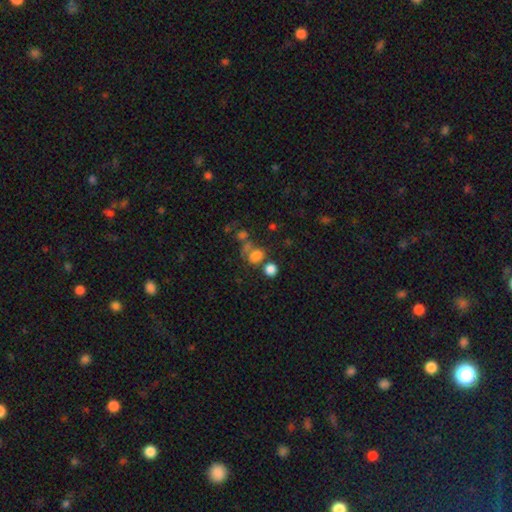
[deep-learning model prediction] Smooth or featured: smooth — 74% (star or artifact — 17%)
How rounded: round — 50% (in between — 48%)
Merging: none — 43% (merger — 34%)